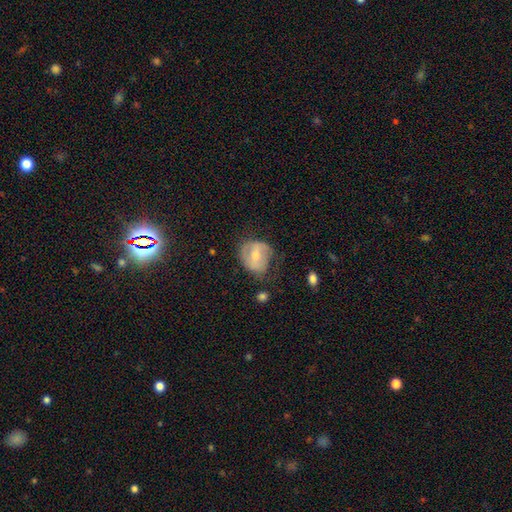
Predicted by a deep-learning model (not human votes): A smooth galaxy with no disk features (47%).

Vote fractions:
- Smooth or featured? smooth: 47% / featured or disk: 46% / star or artifact: 7%
- Merging? none: 52% / minor disturbance: 30% / major disturbance: 16% / merger: 2%